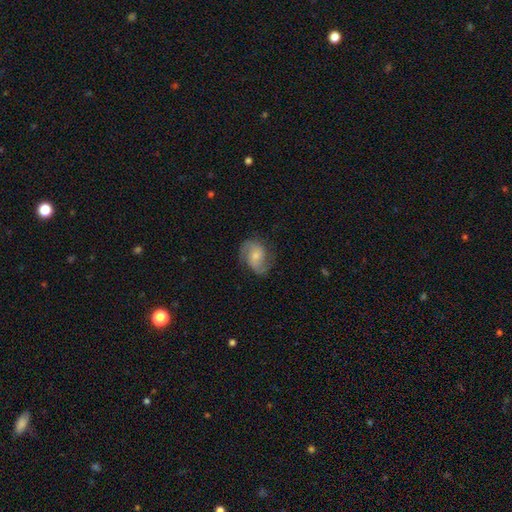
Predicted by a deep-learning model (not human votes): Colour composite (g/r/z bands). It shows a featured or disk galaxy (67%) with no bar (55%), 2 (86%) medium (48%) spiral arms (92%) and a small central bulge (49%). Merging: none (70%).